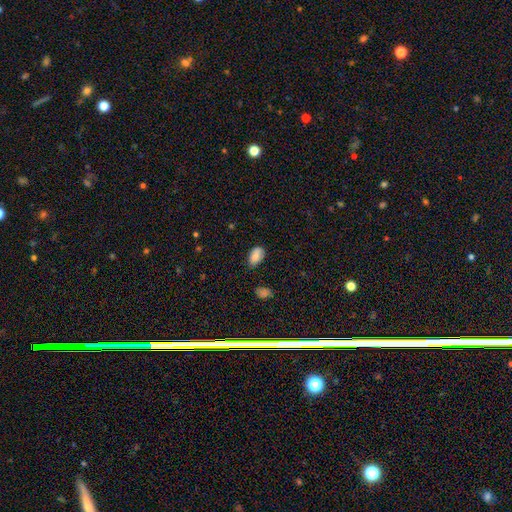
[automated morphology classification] A smooth galaxy with no disk features (82%) that is in between round and cigar-shaped (93%).

Vote fractions:
- Smooth or featured? smooth: 82% / featured or disk: 10% / star or artifact: 8%
- How rounded? in between: 93% / round: 5% / cigar-shaped: 2%
- Merging? none: 67% / minor disturbance: 26% / major disturbance: 5% / merger: 2%